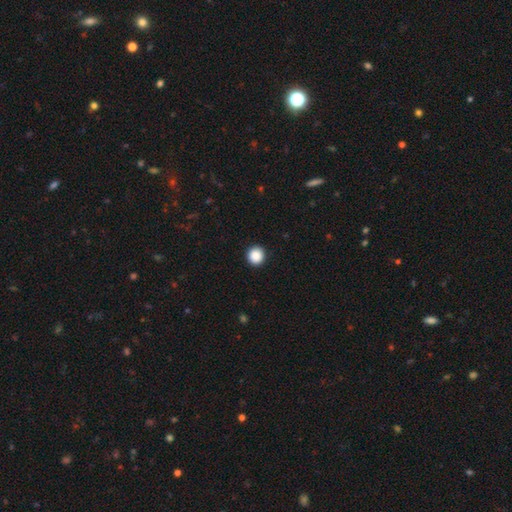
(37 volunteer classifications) Smooth or featured?
  - smooth: 92% *
  - star or artifact: 5%
  - featured or disk: 3%
How rounded?
  - round: 94% *
  - in between: 6%
  - cigar-shaped: 0%
Merging?
  - none: 100% *
  - minor disturbance: 0%
  - major disturbance: 0%
  - merger: 0%